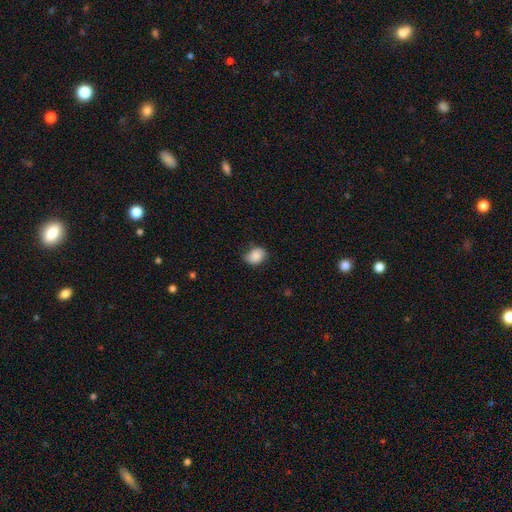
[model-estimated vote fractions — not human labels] This appears to be a smooth galaxy with no disk features (85%) that is in between round and cigar-shaped (58%). Merging: none (69%).